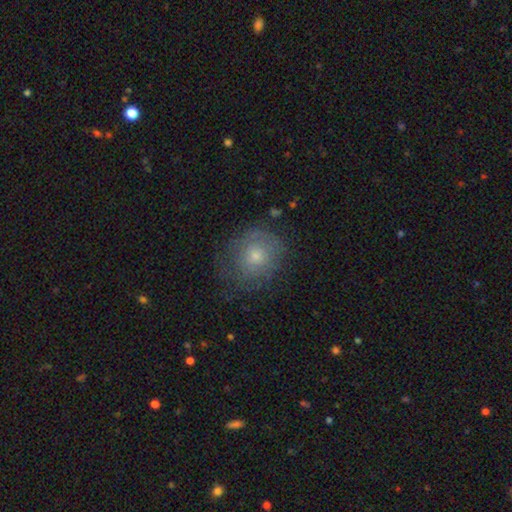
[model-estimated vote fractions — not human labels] Smooth or featured? Predicted: smooth (p=0.55). How rounded? Predicted: round (p=0.74). Merging? Predicted: none (p=0.66).